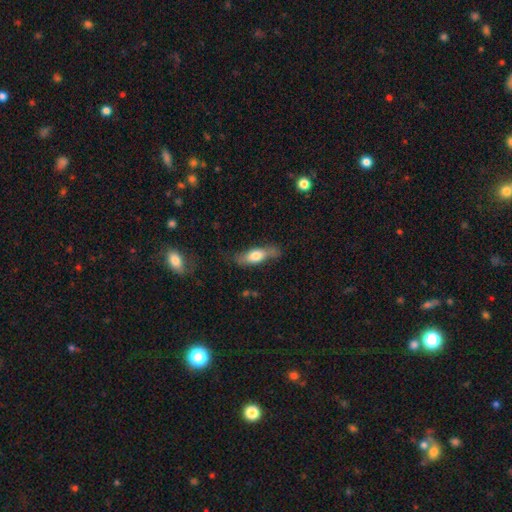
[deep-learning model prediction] Smooth or featured: smooth — 60% (featured or disk — 33%)
How rounded: in between — 53% (cigar-shaped — 44%)
Merging: none — 64% (minor disturbance — 25%)